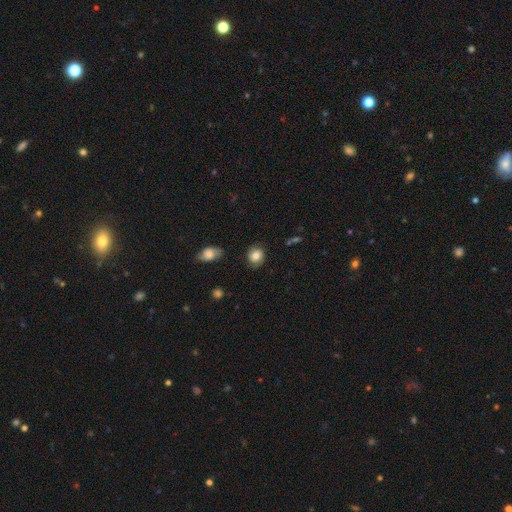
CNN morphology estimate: A smooth galaxy with no disk features (79%) that is round (74%). Merging: none (80%).